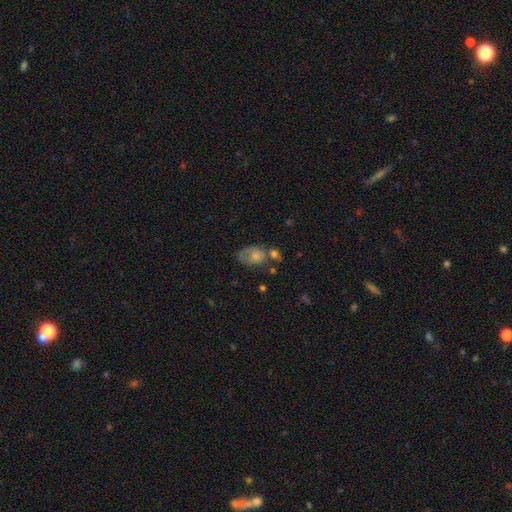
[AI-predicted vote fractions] Smooth or featured: smooth — 67% (featured or disk — 23%)
How rounded: in between — 74% (round — 24%)
Merging: none — 33% (minor disturbance — 26%)